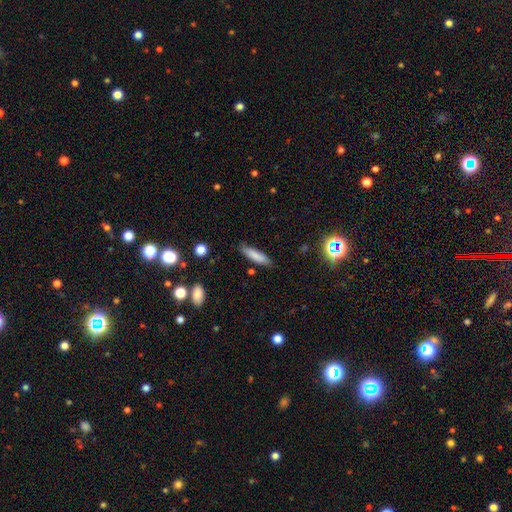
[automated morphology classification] This appears to be a smooth galaxy with no disk features (82%) that is cigar-shaped (73%). Merging: none (84%).